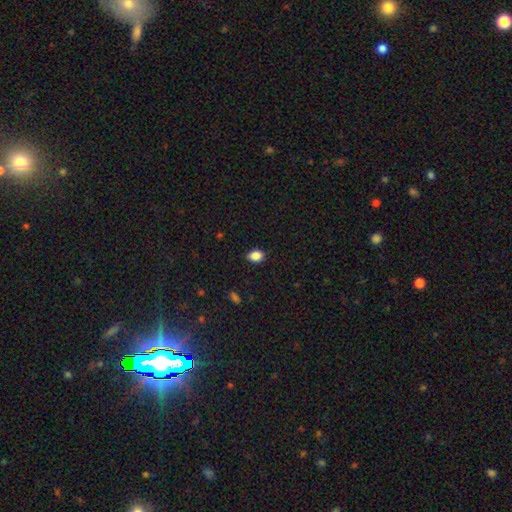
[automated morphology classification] This appears to be a smooth galaxy with no disk features (88%) that is in between round and cigar-shaped (71%). Merging: none (87%).